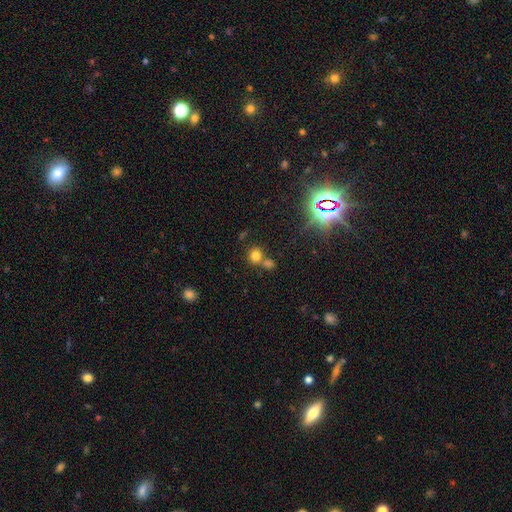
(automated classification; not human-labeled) smooth_or_featured: smooth (p=0.74) [alt: star or artifact p=0.17]
how_rounded: round (p=0.84) [alt: in between p=0.14]
merging: none (p=0.55) [alt: merger p=0.33]